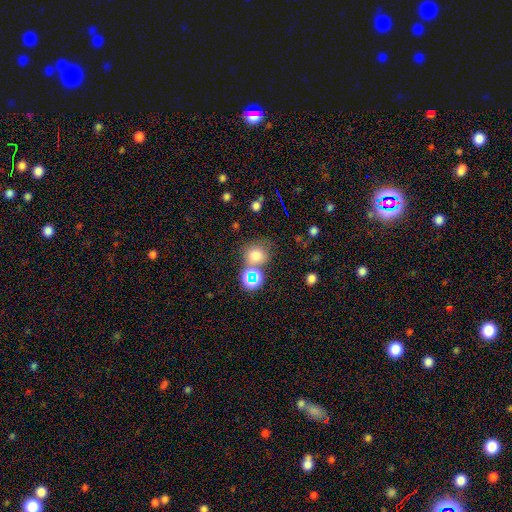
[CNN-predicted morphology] Smooth or featured: smooth — 71% (star or artifact — 21%)
How rounded: round — 79% (in between — 20%)
Merging: none — 58% (merger — 23%)